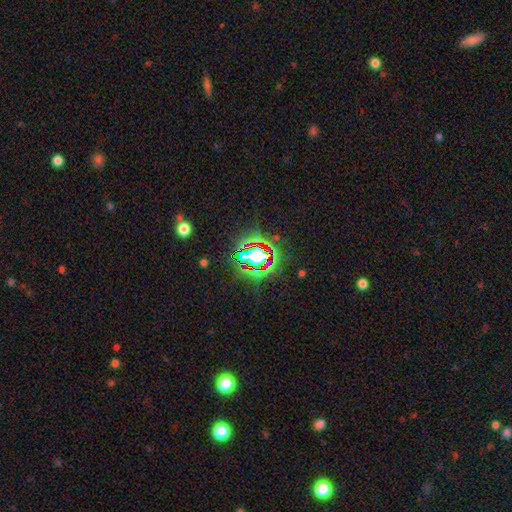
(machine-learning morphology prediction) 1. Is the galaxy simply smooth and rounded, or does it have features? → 71% star or artifact, 17% smooth, 12% featured or disk.